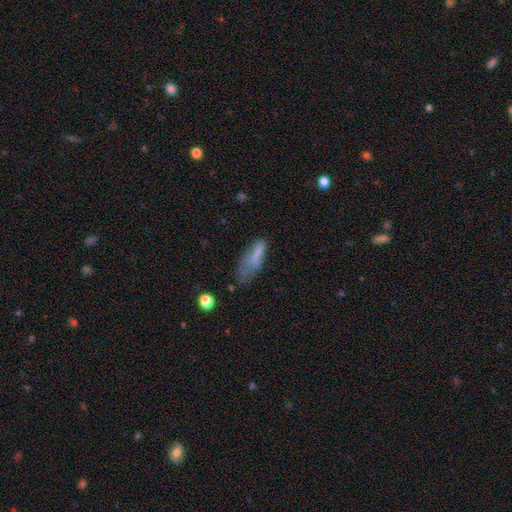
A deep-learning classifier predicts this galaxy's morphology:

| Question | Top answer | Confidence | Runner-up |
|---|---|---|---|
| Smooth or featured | smooth | 69% | featured or disk (19%) |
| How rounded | in between | 53% | cigar-shaped (44%) |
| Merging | major disturbance | 34% | minor disturbance (30%) |